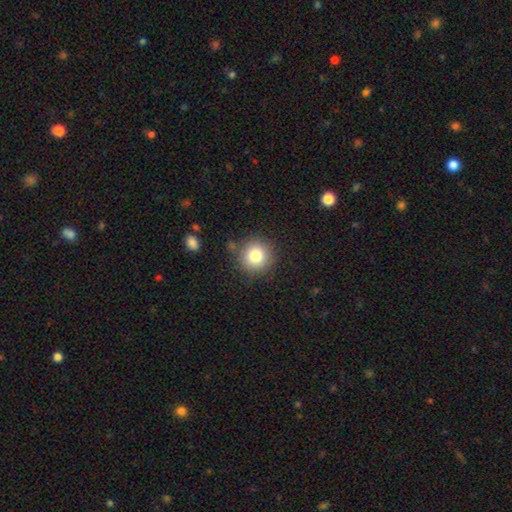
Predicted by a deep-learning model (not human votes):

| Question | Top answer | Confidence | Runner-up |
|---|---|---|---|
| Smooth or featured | smooth | 80% | star or artifact (11%) |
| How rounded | round | 94% | in between (6%) |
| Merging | none | 85% | minor disturbance (9%) |